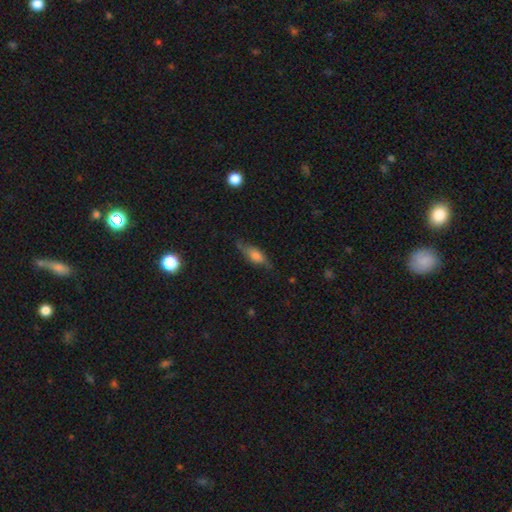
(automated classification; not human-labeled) A smooth galaxy with no disk features (60%) that is in between round and cigar-shaped (67%).

Vote fractions:
- Smooth or featured? smooth: 60% / featured or disk: 32% / star or artifact: 8%
- How rounded? in between: 67% / cigar-shaped: 29% / round: 3%
- Merging? none: 64% / minor disturbance: 27% / major disturbance: 8% / merger: 2%